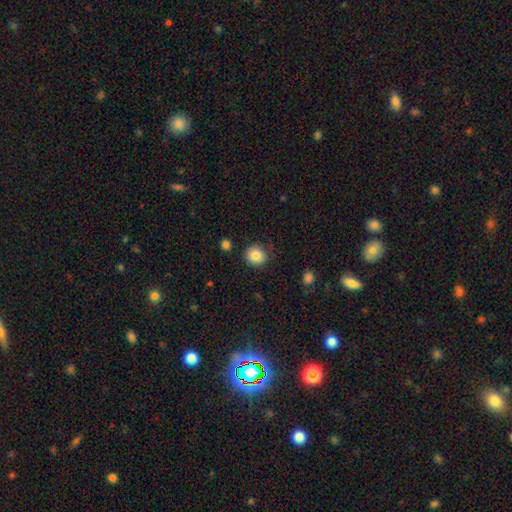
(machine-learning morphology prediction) Q: Smooth or featured?
A: smooth (85%); runner-up: star or artifact (9%)
Q: How rounded?
A: round (85%); runner-up: in between (14%)
Q: Merging?
A: none (85%); runner-up: minor disturbance (10%)